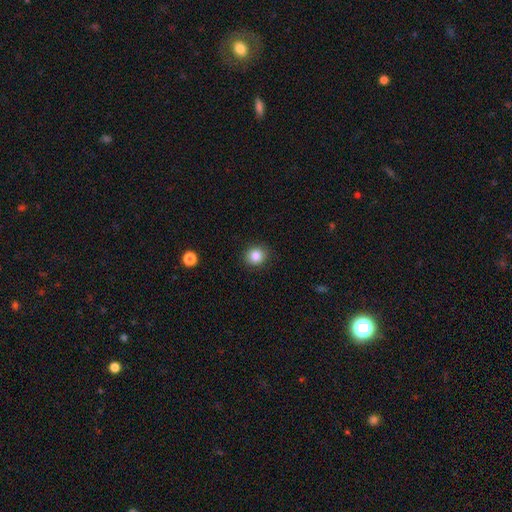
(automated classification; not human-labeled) This appears to be a smooth galaxy with no disk features (84%) that is round (84%). Merging: none (90%).